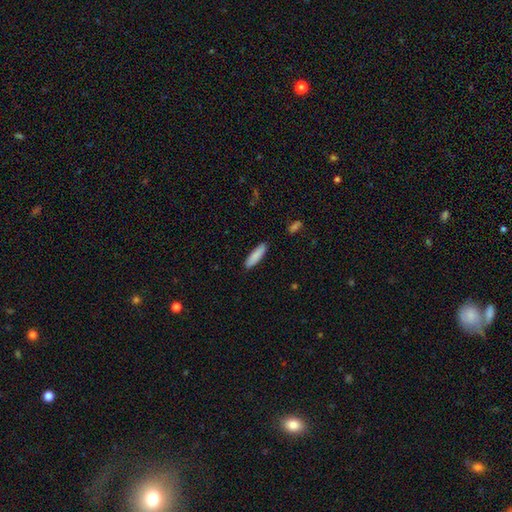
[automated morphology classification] Smooth or featured?
  - smooth: 87% *
  - featured or disk: 7%
  - star or artifact: 6%
How rounded?
  - cigar-shaped: 69% *
  - in between: 29%
  - round: 1%
Merging?
  - none: 89% *
  - minor disturbance: 8%
  - major disturbance: 2%
  - merger: 1%